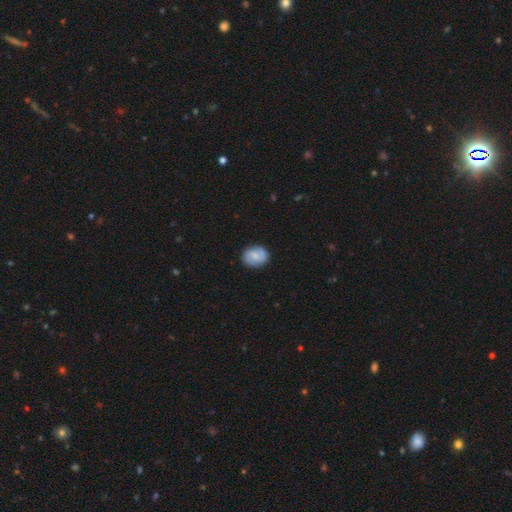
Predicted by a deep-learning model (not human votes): Smooth or featured? featured or disk (51%)
Edge-on disk? no (98%)
Merging? none (84%)